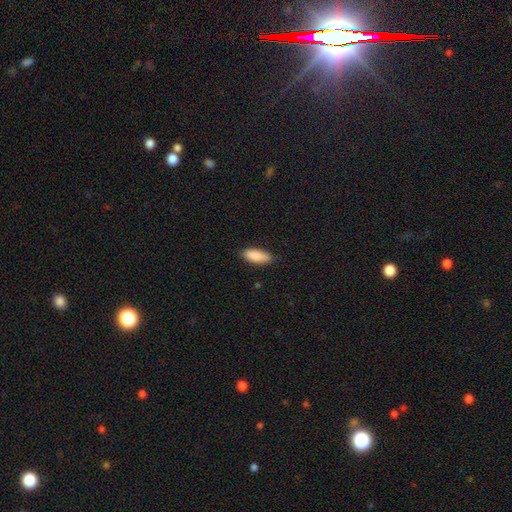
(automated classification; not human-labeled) This is clearly a smooth galaxy (88%). How rounded: likely in between (77%). Merging: clearly none (84%).